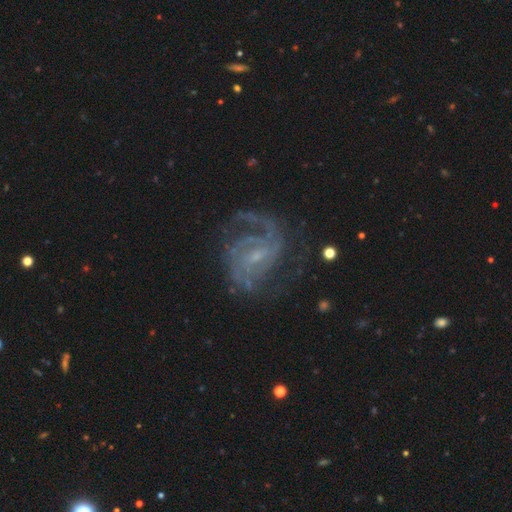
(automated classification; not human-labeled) Smooth or featured: featured or disk — 88% (star or artifact — 7%)
Edge-on disk: no — 98% (yes — 2%)
Bar: weak — 54% (no — 31%)
Spiral arms: yes — 96% (no — 4%)
Spiral winding: medium — 49% (tight — 34%)
Spiral arm count: 2 — 41% (can't tell — 20%)
Bulge size: small — 72% (moderate — 16%)
Merging: none — 65% (minor disturbance — 17%)